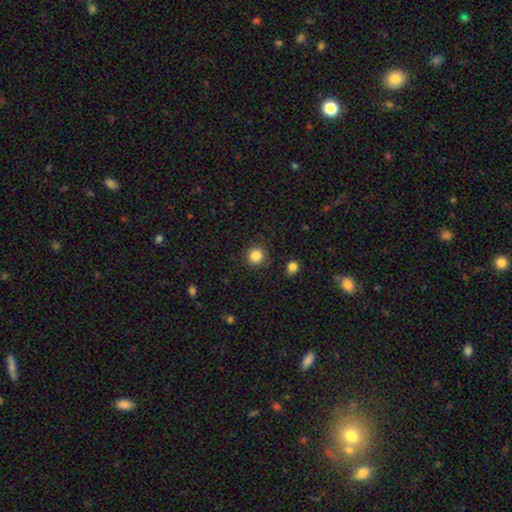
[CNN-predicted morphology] smooth_or_featured: smooth (p=0.85) [alt: star or artifact p=0.11]
how_rounded: round (p=0.92) [alt: in between p=0.07]
merging: none (p=0.87) [alt: minor disturbance p=0.08]